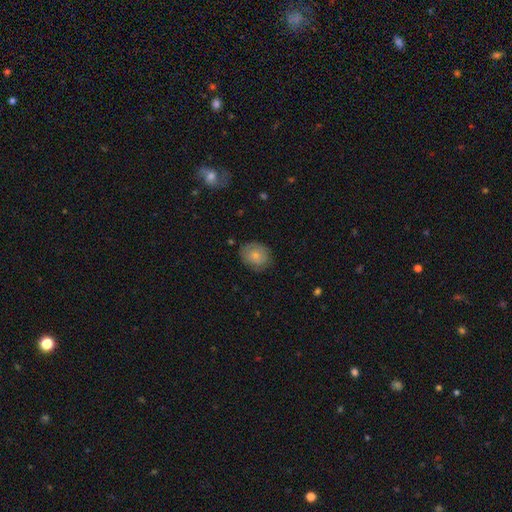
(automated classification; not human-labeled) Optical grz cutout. It shows a smooth galaxy with no disk features (75%) that is round (56%). Merging: none (78%).